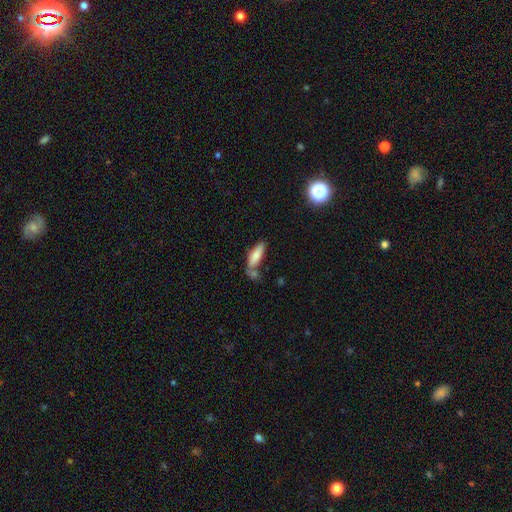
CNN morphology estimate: type=smooth (79%); roundness=in between (52%); merging=none (49%).